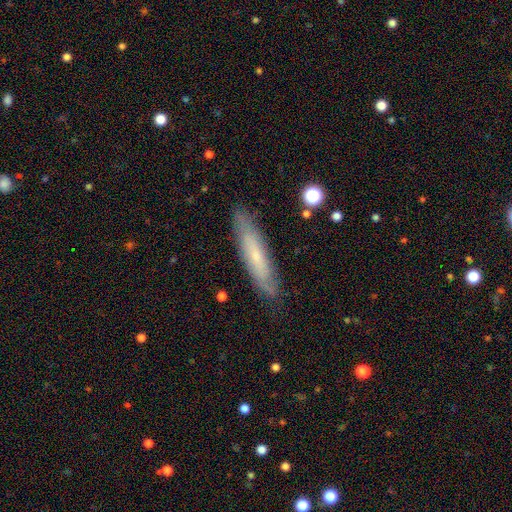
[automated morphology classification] type=featured or disk (52%); edge-on=yes (51%); merging=none (82%).